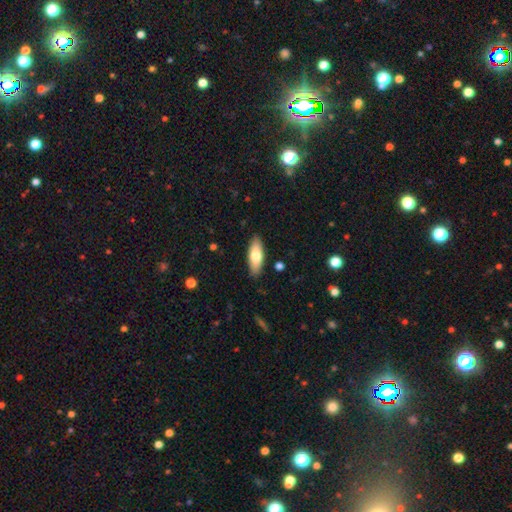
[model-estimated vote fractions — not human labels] Q: Smooth or featured?
A: smooth (73%); runner-up: featured or disk (21%)
Q: How rounded?
A: in between (69%); runner-up: cigar-shaped (29%)
Q: Merging?
A: none (89%); runner-up: minor disturbance (8%)